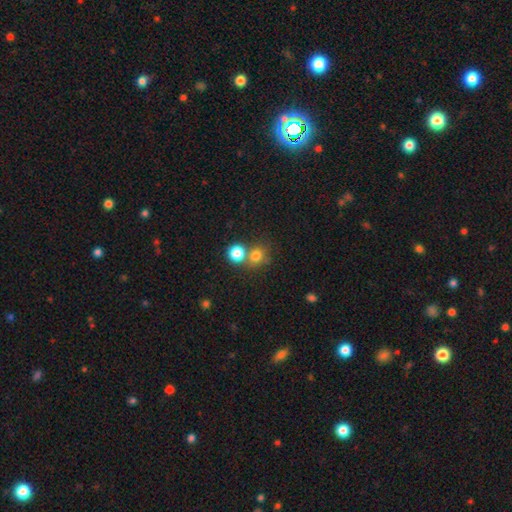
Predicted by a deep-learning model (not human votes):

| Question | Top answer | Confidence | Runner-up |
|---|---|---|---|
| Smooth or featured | smooth | 76% | star or artifact (16%) |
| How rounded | round | 84% | in between (15%) |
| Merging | none | 54% | merger (33%) |